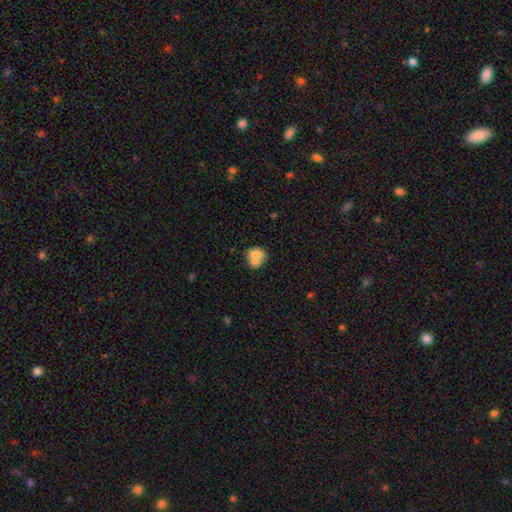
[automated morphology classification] Smooth or featured: smooth — 72% (featured or disk — 20%)
How rounded: round — 66% (in between — 34%)
Merging: merger — 53% (none — 32%)